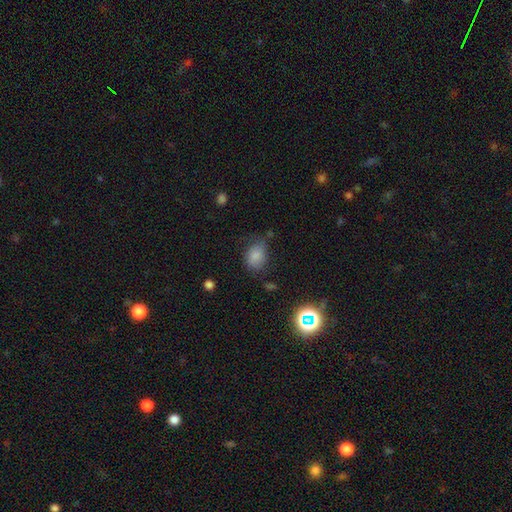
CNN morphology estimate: Smooth or featured?
  - smooth: 81% *
  - star or artifact: 11%
  - featured or disk: 8%
How rounded?
  - in between: 68% *
  - round: 31%
  - cigar-shaped: 1%
Merging?
  - none: 58% *
  - minor disturbance: 29%
  - major disturbance: 10%
  - merger: 3%